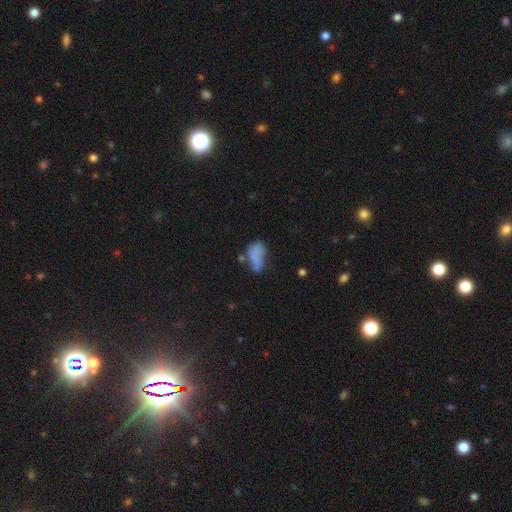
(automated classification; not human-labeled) This is likely a smooth galaxy (66%). How rounded: clearly in between (87%). Merging: marginally none (30%).